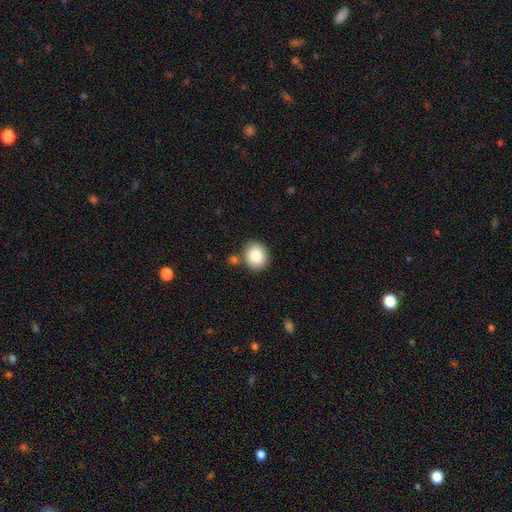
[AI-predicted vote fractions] smooth 86%, star or artifact 8%, featured or disk 6%. Down the decision tree: how rounded — round (65%); merging — none (79%).